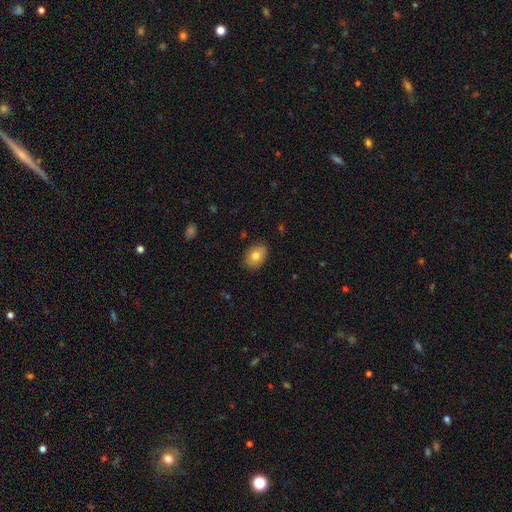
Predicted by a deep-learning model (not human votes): Smooth or featured?
  - smooth: 79% *
  - featured or disk: 14%
  - star or artifact: 8%
How rounded?
  - in between: 70% *
  - round: 29%
  - cigar-shaped: 1%
Merging?
  - none: 86% *
  - minor disturbance: 11%
  - major disturbance: 2%
  - merger: 1%